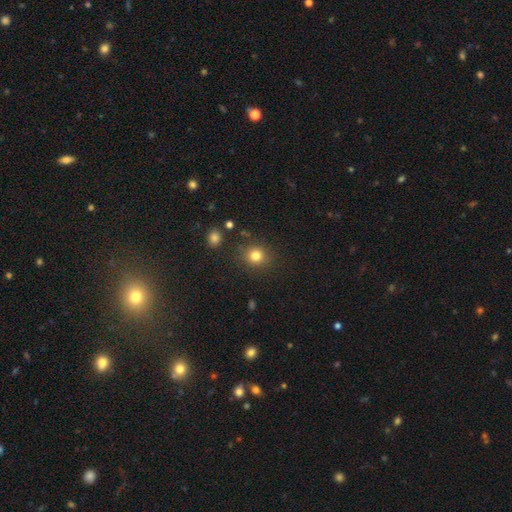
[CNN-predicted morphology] This is clearly a smooth galaxy (81%). How rounded: clearly round (87%). Merging: clearly none (85%).